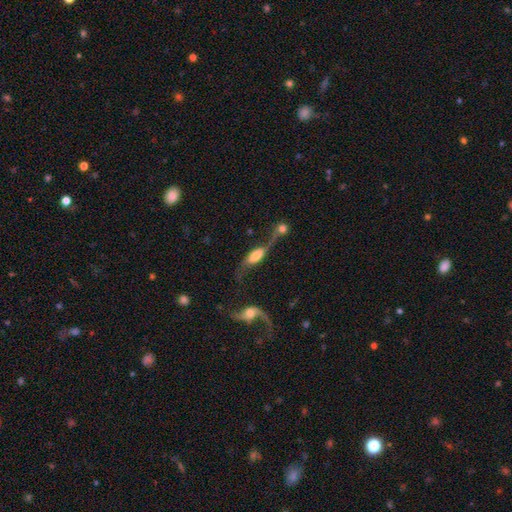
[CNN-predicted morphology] type=featured or disk (51%); edge-on=no (72%); merging=merger (47%).